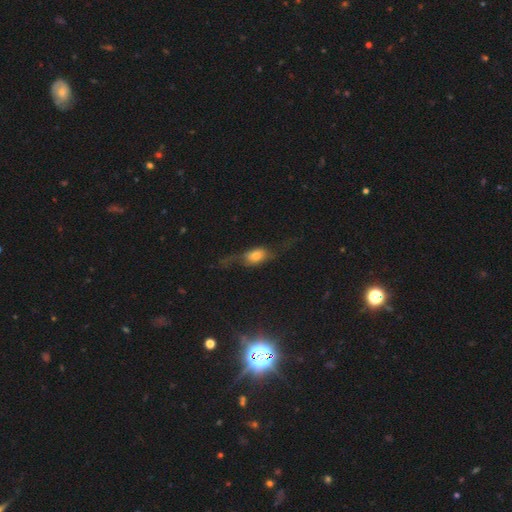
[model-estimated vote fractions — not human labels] Smooth or featured: smooth — 46% (featured or disk — 44%)
Merging: none — 43% (major disturbance — 31%)